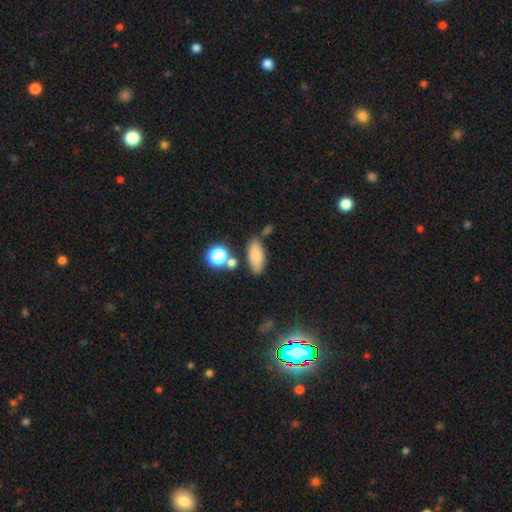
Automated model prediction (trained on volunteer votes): Smooth or featured? Predicted: smooth (p=0.77). How rounded? Predicted: in between (p=0.82). Merging? Predicted: none (p=0.73).